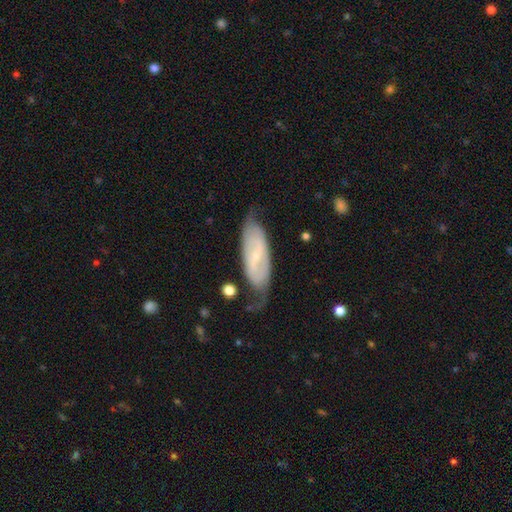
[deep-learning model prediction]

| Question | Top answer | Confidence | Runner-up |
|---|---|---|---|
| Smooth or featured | featured or disk | 70% | smooth (24%) |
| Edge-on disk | no | 86% | yes (14%) |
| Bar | weak | 40% | strong (38%) |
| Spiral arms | yes | 80% | no (20%) |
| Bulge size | small | 75% | moderate (19%) |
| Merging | none | 60% | minor disturbance (24%) |